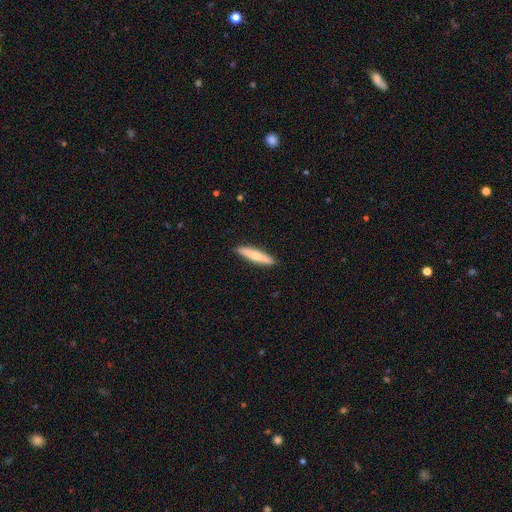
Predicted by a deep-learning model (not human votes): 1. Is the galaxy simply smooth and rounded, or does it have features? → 66% smooth, 29% featured or disk, 5% star or artifact.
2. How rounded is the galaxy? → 89% cigar-shaped, 10% in between, 1% round.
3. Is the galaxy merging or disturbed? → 91% none, 7% minor disturbance, 1% major disturbance, 1% merger.